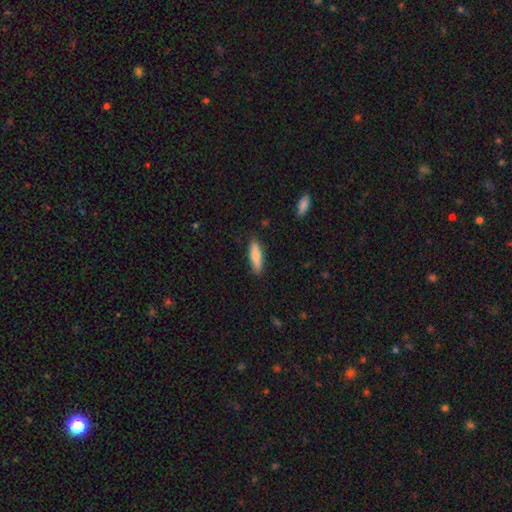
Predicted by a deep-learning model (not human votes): smooth 76%, featured or disk 18%, star or artifact 6%. Down the decision tree: how rounded — cigar-shaped (56%); merging — none (84%).